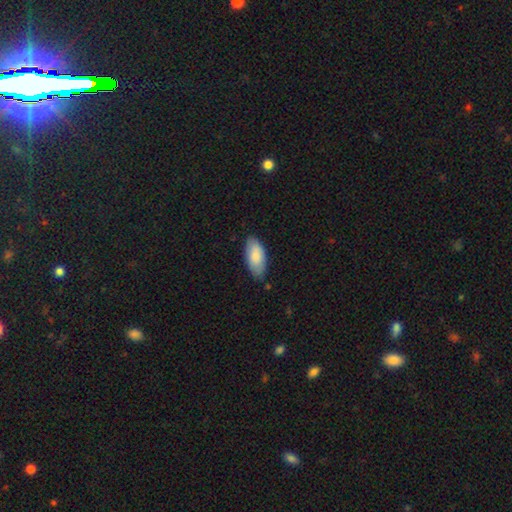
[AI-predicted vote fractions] Smooth or featured?
  - smooth: 83% *
  - featured or disk: 12%
  - star or artifact: 5%
How rounded?
  - in between: 91% *
  - cigar-shaped: 7%
  - round: 2%
Merging?
  - none: 79% *
  - minor disturbance: 17%
  - major disturbance: 3%
  - merger: 1%